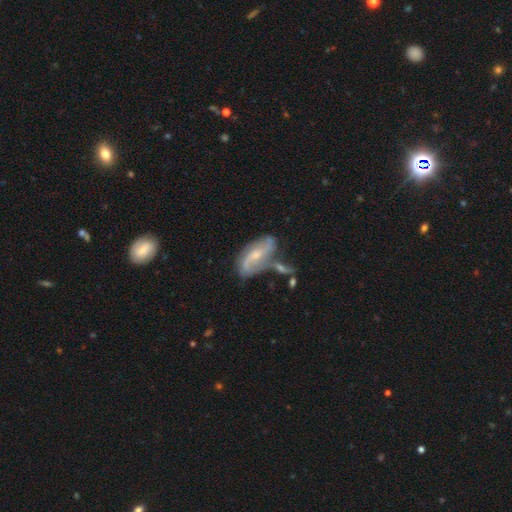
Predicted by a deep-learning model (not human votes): featured or disk 77%, smooth 17%, star or artifact 7%. Down the decision tree: edge-on disk — no (93%); bar — weak (44%); spiral arms — yes (90%); spiral arm count — 2 (75%); spiral winding — loose (52%); bulge size — small (50%); merging — none (44%).